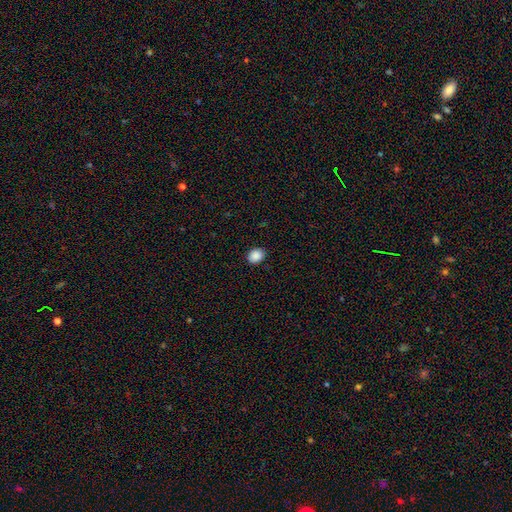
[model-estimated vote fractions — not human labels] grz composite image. It shows a smooth galaxy with no disk features (89%) that is round (57%). Merging: none (90%).